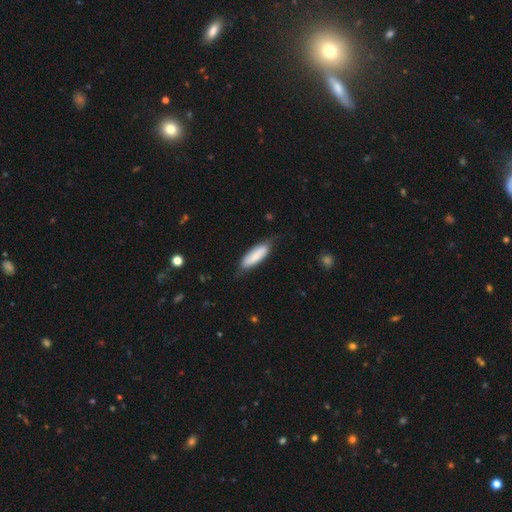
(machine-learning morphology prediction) Smooth or featured? smooth (65%)
How rounded? in between (62%)
Merging? none (67%)